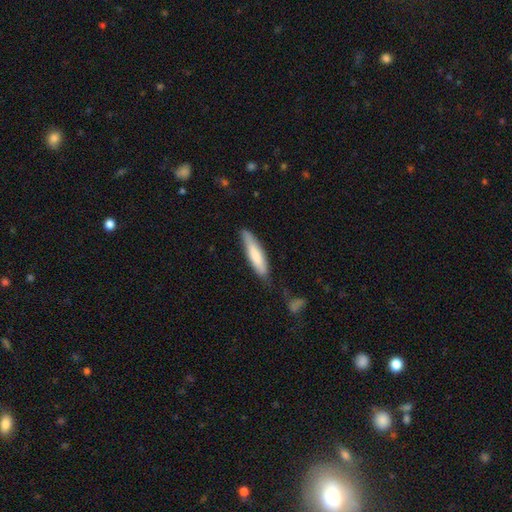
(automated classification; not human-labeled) Smooth or featured? smooth (75%)
How rounded? cigar-shaped (77%)
Merging? none (66%)